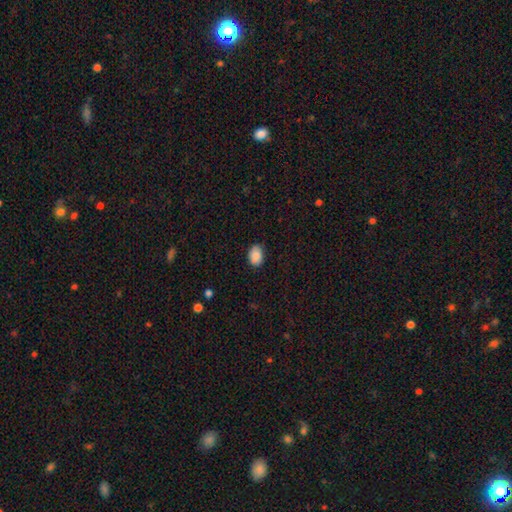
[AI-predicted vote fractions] smooth-or-featured: smooth: 88% | star or artifact: 7% | featured or disk: 4%
  how-rounded: in between: 79% | round: 20% | cigar-shaped: 1%
  merging: none: 80% | minor disturbance: 17% | major disturbance: 3% | merger: 1%